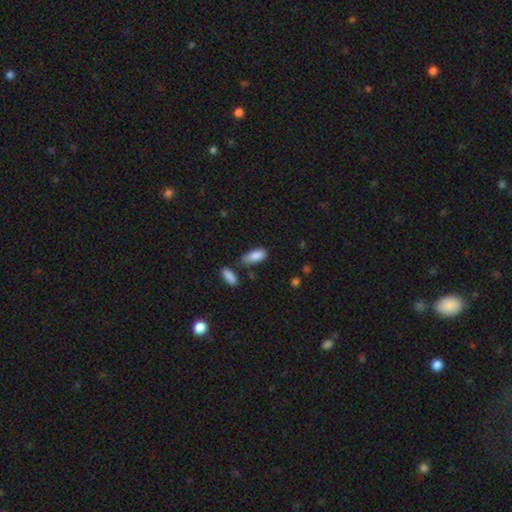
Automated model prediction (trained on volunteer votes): Smooth or featured?
  - smooth: 86% *
  - featured or disk: 7%
  - star or artifact: 7%
How rounded?
  - in between: 85% *
  - cigar-shaped: 12%
  - round: 2%
Merging?
  - none: 59% *
  - minor disturbance: 26%
  - merger: 9%
  - major disturbance: 6%